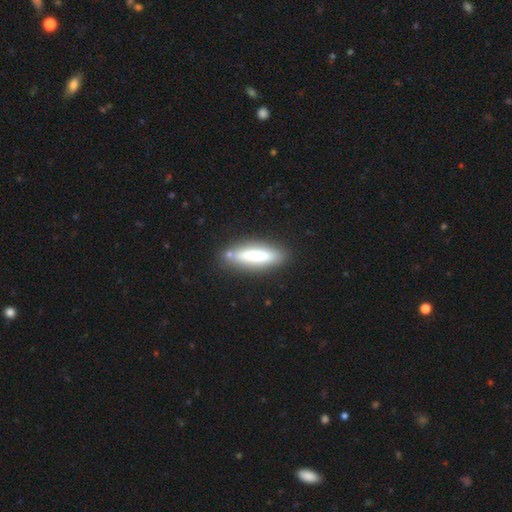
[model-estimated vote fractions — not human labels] Smooth or featured?
  - smooth: 68% *
  - featured or disk: 25%
  - star or artifact: 7%
How rounded?
  - cigar-shaped: 66% *
  - in between: 32%
  - round: 2%
Merging?
  - none: 78% *
  - minor disturbance: 13%
  - merger: 6%
  - major disturbance: 4%